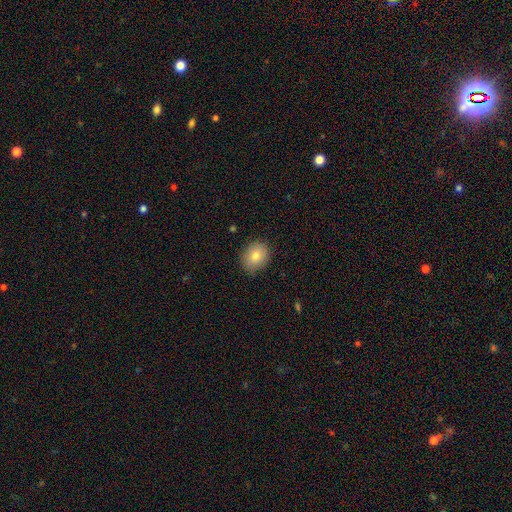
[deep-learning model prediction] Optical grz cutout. It shows a smooth galaxy with no disk features (78%) that is round (63%). Merging: none (82%).